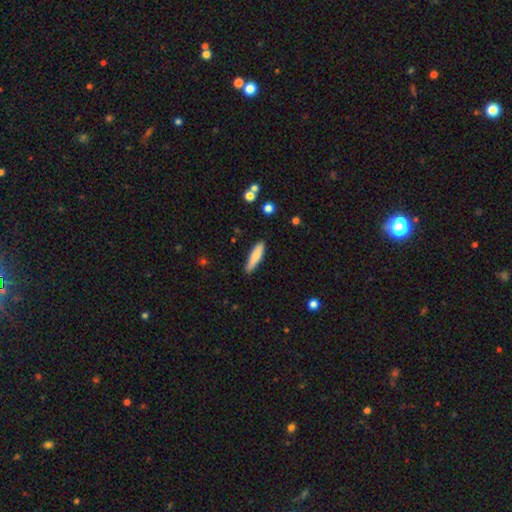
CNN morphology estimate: Overall: smooth (78%). How rounded: cigar-shaped (74%). Merging: none (83%).